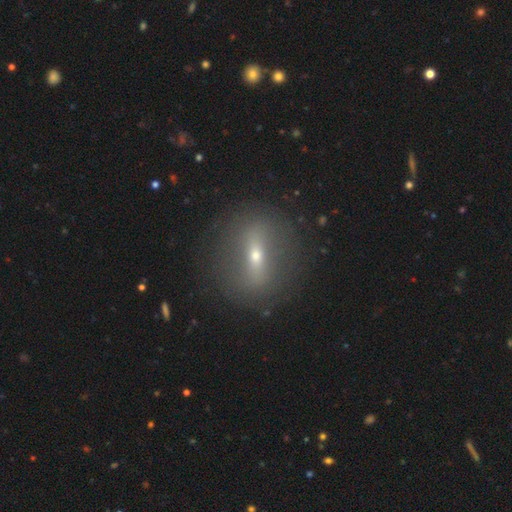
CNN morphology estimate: This appears to be a featured or disk galaxy (61%). Merging: none (85%).